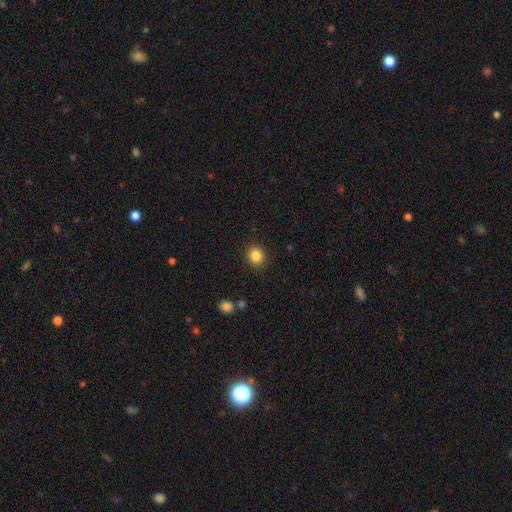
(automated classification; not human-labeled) Morphology: type=smooth (85%); roundness=round (80%); merging=none (89%).